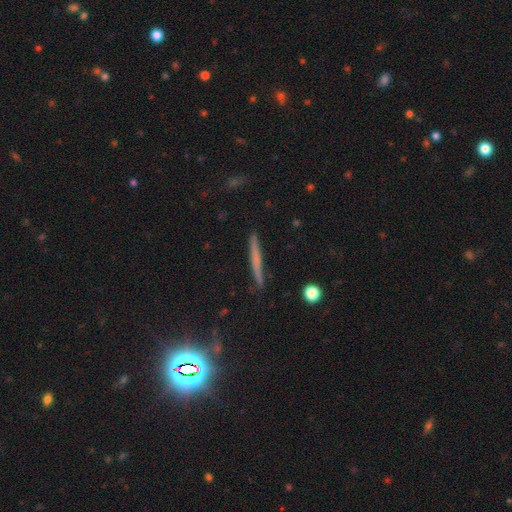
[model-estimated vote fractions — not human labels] Morphology: type=smooth (50%); merging=none (89%).